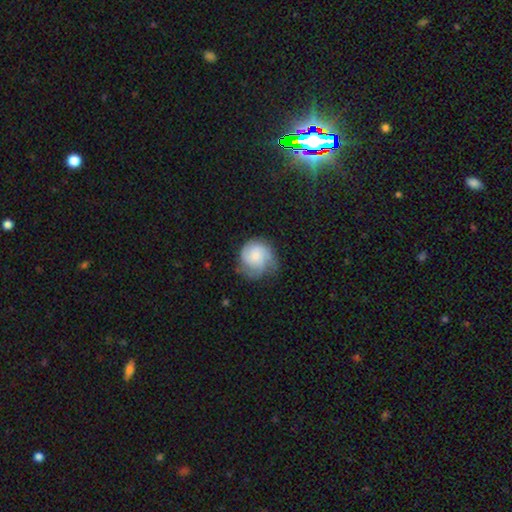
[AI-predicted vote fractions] Morphology: type=featured or disk (58%); edge-on=no (98%); bar=no (76%); spiral arms=yes (92%); winding=tight (46%); arm count=3 (42%); bulge=small (45%); merging=none (61%).